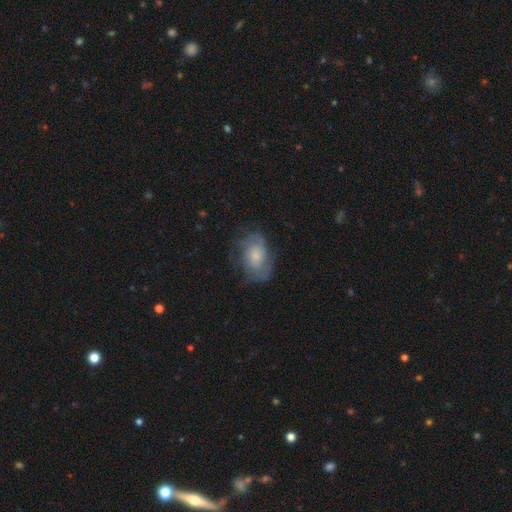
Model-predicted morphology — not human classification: Overall: featured or disk (53%; smooth 39%). Edge-on disk: no (96%). Bar: no (73%). Spiral arms: yes (78%). Bulge size: small (46%; moderate 35%). Merging: none (60%; minor disturbance 24%).